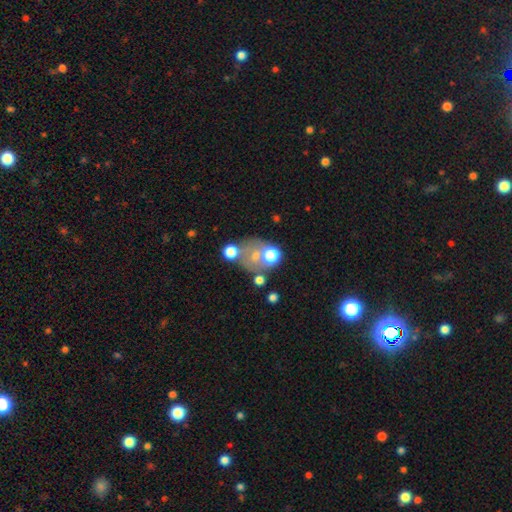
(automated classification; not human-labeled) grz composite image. It shows a smooth galaxy with no disk features (45%). Merging: none (43%).